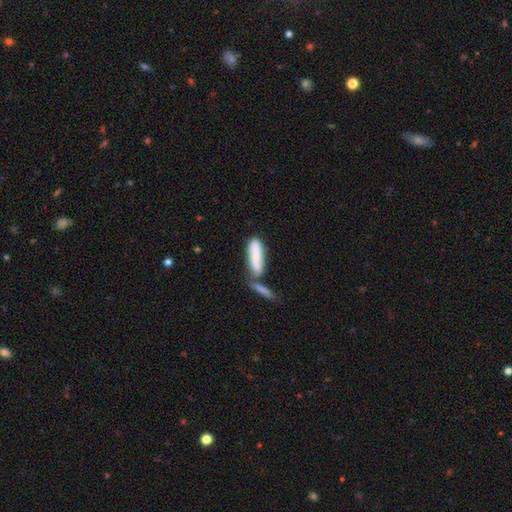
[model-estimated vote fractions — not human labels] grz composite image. It shows a smooth galaxy with no disk features (75%) that is cigar-shaped (58%). Merging: merger (43%).